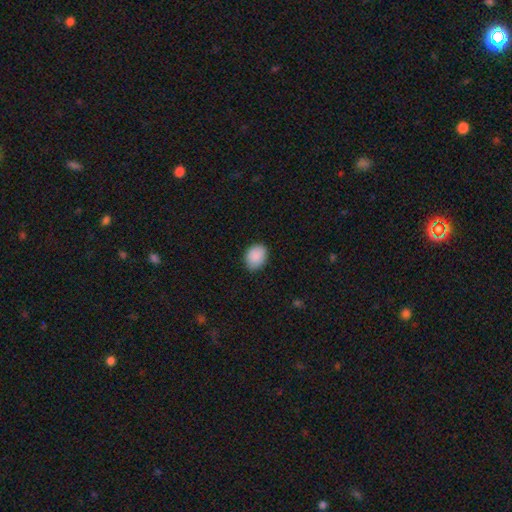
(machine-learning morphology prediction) A smooth galaxy with no disk features (90%) that is in between round and cigar-shaped (61%).

Vote fractions:
- Smooth or featured? smooth: 90% / star or artifact: 7% / featured or disk: 3%
- How rounded? in between: 61% / round: 38% / cigar-shaped: 1%
- Merging? none: 85% / minor disturbance: 12% / major disturbance: 2% / merger: 1%